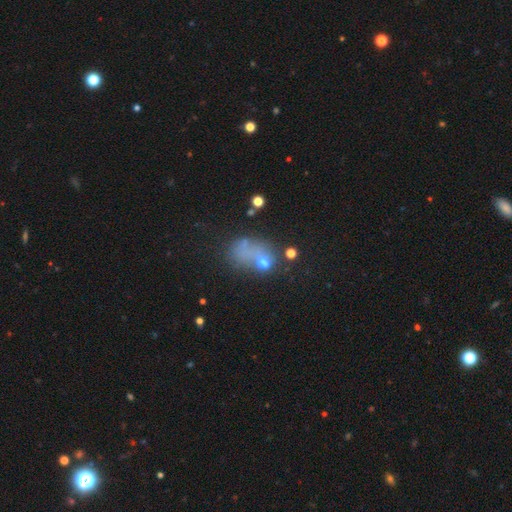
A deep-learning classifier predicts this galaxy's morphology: type=smooth (46%); merging=none (33%).